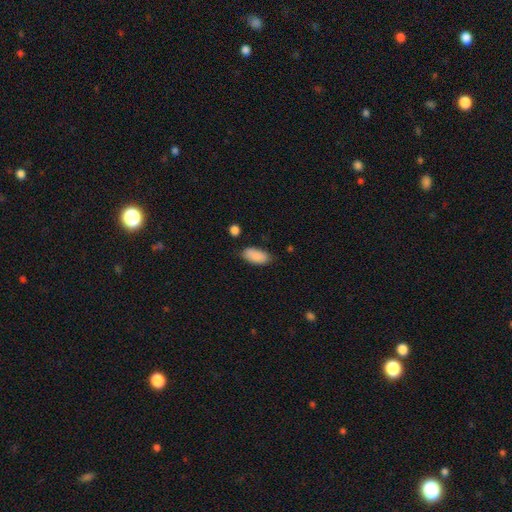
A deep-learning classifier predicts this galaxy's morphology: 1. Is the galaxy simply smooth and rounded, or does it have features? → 89% smooth, 7% star or artifact, 5% featured or disk.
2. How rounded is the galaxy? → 92% in between, 6% cigar-shaped, 2% round.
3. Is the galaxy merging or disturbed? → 78% none, 16% minor disturbance, 3% major disturbance, 2% merger.